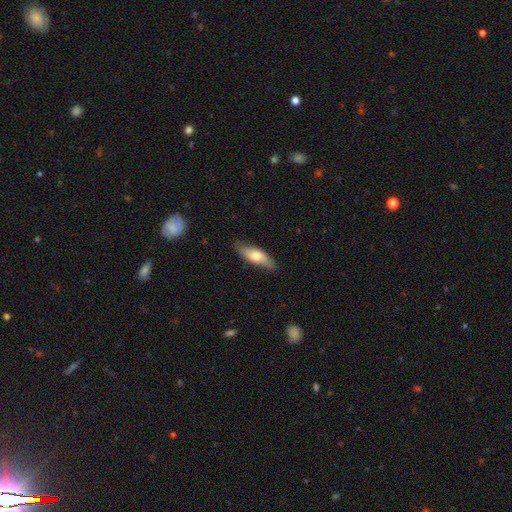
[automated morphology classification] type=smooth (61%); roundness=in between (54%); merging=none (79%).